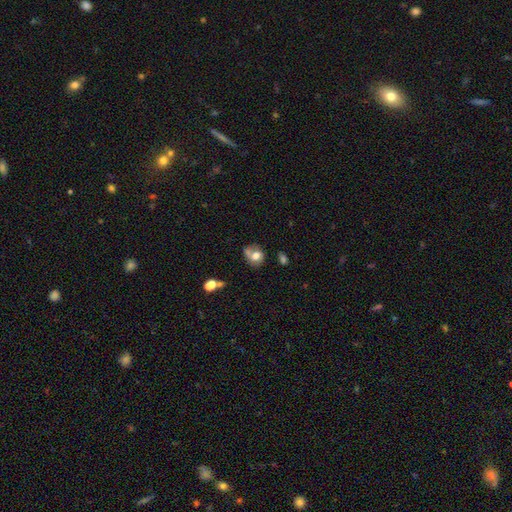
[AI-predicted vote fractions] A smooth galaxy with no disk features (67%) that is round (61%). Merging: none (37%).